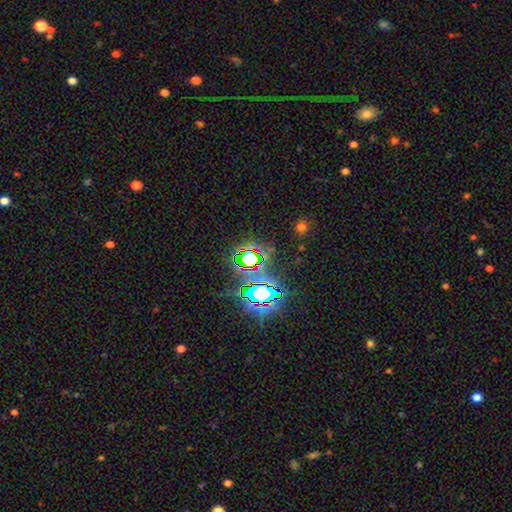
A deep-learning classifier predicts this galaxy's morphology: The model was most divided on "smooth or featured": star or artifact: 78%, smooth: 13%, featured or disk: 9%.